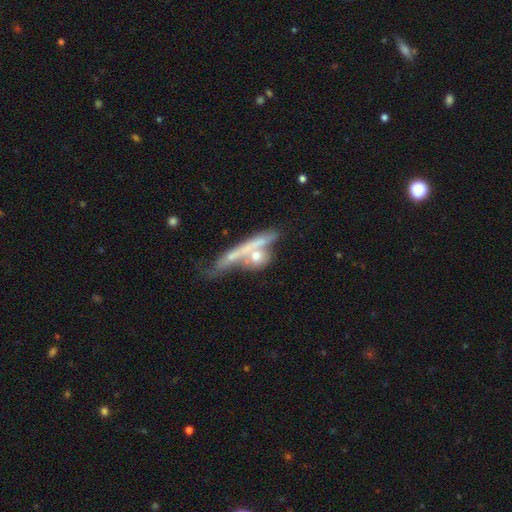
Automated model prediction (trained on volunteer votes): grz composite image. It shows a featured or disk galaxy (49%). Merging: merger (45%).